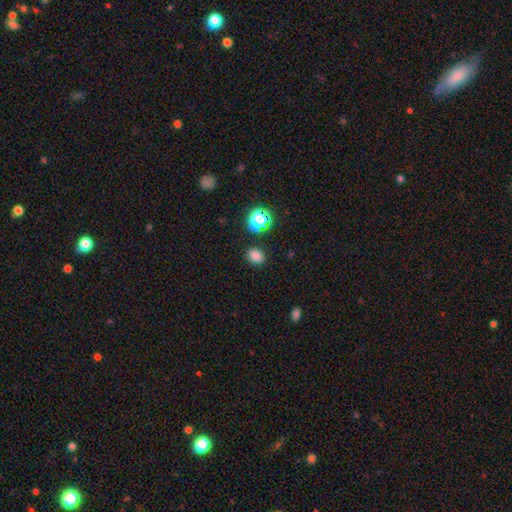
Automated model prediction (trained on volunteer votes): Smooth or featured: smooth — 79% (star or artifact — 16%)
How rounded: in between — 57% (round — 42%)
Merging: none — 85% (minor disturbance — 10%)